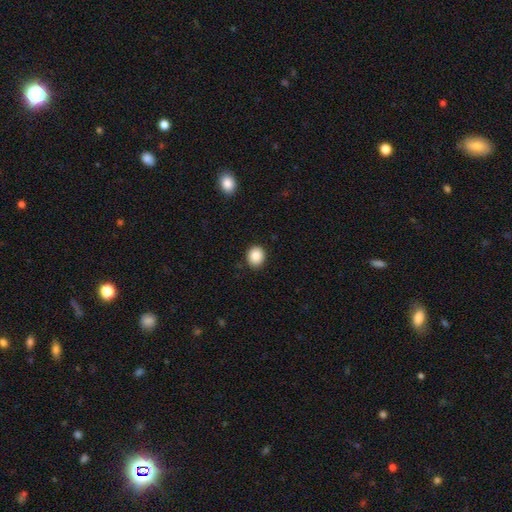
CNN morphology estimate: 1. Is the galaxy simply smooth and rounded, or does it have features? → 88% smooth, 9% star or artifact, 4% featured or disk.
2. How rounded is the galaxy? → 67% round, 32% in between, 1% cigar-shaped.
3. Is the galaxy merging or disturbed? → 88% none, 8% minor disturbance, 2% major disturbance, 1% merger.